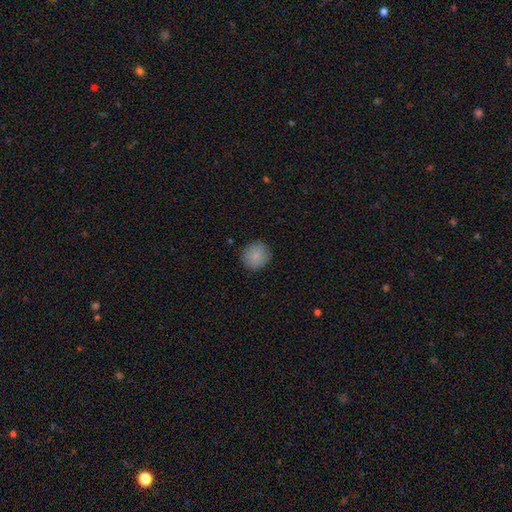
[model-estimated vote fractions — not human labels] This is clearly a smooth galaxy (86%). How rounded: clearly round (91%). Merging: clearly none (89%).